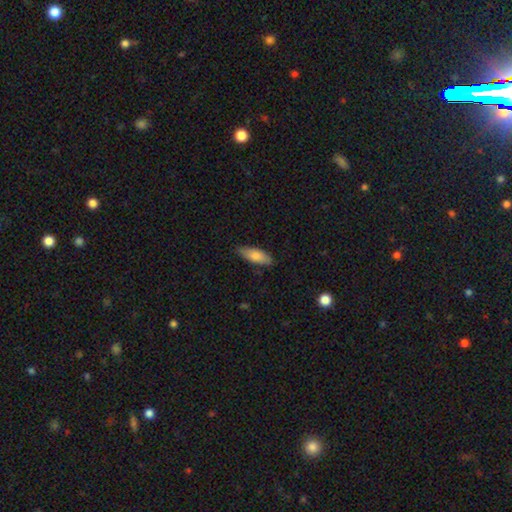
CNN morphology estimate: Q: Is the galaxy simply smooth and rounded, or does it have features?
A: smooth — 77%.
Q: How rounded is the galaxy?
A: in between — 67%.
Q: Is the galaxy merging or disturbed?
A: none — 82%.